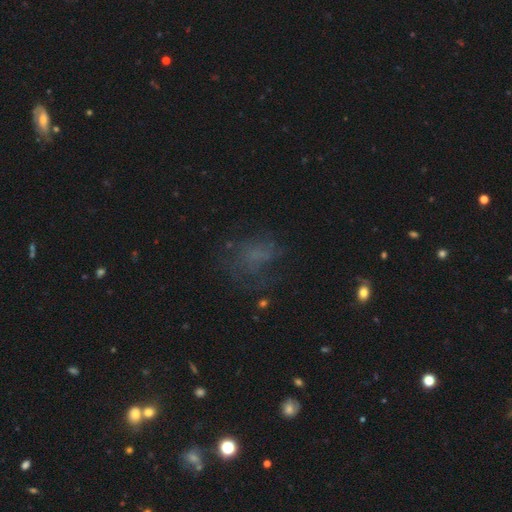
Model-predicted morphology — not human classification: Smooth or featured? smooth (40%)
Merging? none (50%)